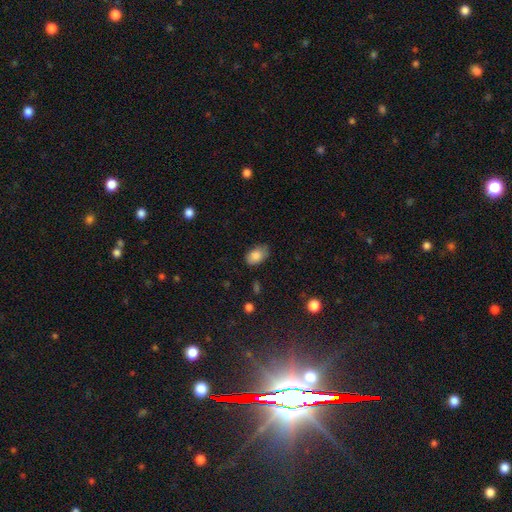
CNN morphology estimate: A smooth galaxy with no disk features (84%) that is in between round and cigar-shaped (88%). Merging: none (73%).